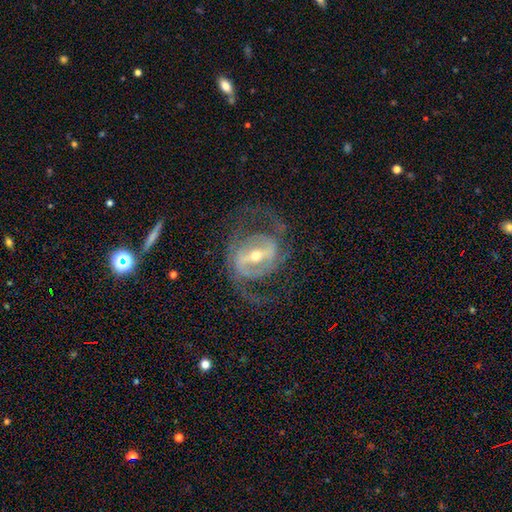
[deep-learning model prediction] smooth-or-featured: featured or disk: 90% | smooth: 6% | star or artifact: 5%
  disk-edge-on: no: 95% | yes: 5%
    bar: strong: 66% | weak: 26% | no: 7%
    has-spiral-arms: yes: 92% | no: 8%
      spiral-winding: medium: 54% | loose: 25% | tight: 21%
      spiral-arm-count: 2: 84% | can't tell: 6% | 3: 5% | 1: 3% | 4: 2% | more than 4: 1%
    bulge-size: moderate: 57% | small: 37% | large: 4% | none: 1% | dominant: 1%
  merging: none: 68% | major disturbance: 17% | minor disturbance: 13% | merger: 2%